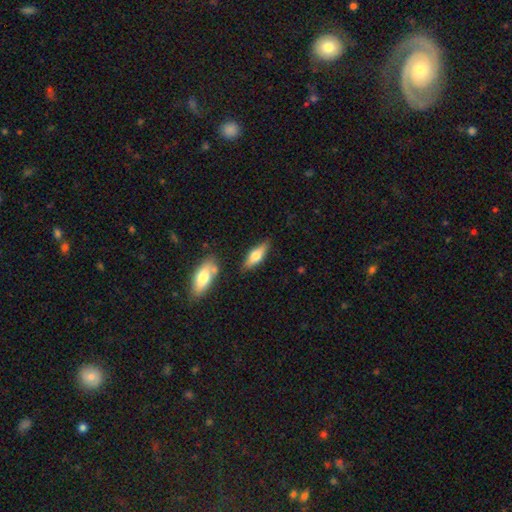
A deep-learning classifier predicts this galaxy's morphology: A smooth galaxy with no disk features (58%) that is in between round and cigar-shaped (57%). Merging: none (80%).